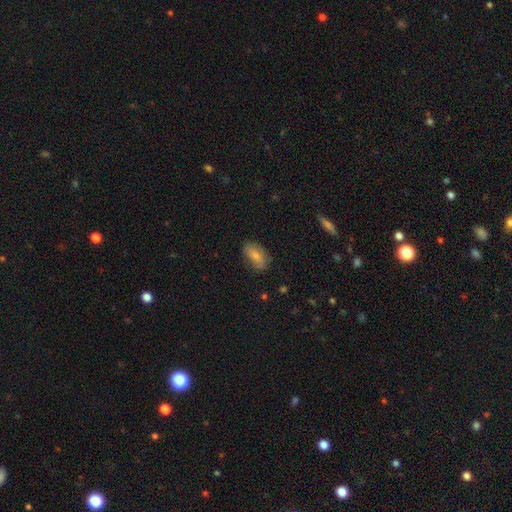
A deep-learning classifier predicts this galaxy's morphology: Smooth or featured?
  - smooth: 77% *
  - featured or disk: 16%
  - star or artifact: 7%
How rounded?
  - in between: 91% *
  - round: 5%
  - cigar-shaped: 4%
Merging?
  - none: 72% *
  - minor disturbance: 22%
  - major disturbance: 5%
  - merger: 2%